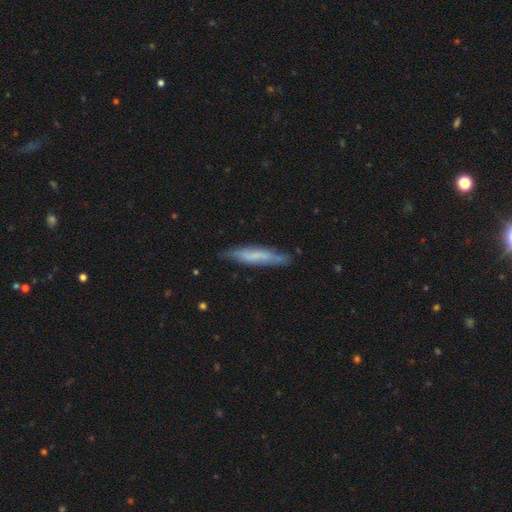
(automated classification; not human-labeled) Smooth or featured? Predicted: smooth (p=0.54). How rounded? Predicted: cigar-shaped (p=0.88). Merging? Predicted: none (p=0.77).